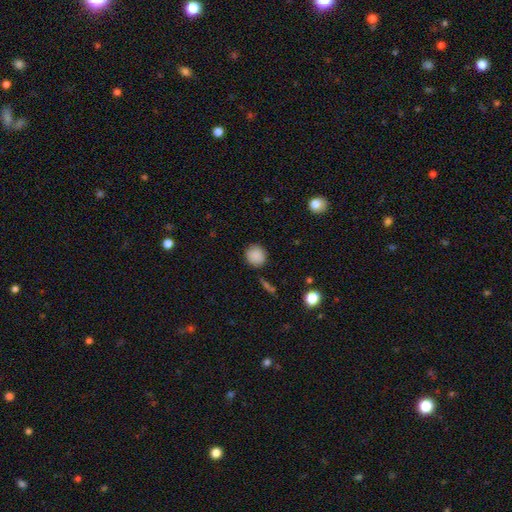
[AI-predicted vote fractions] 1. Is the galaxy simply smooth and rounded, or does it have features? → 87% smooth, 9% star or artifact, 4% featured or disk.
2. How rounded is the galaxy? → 90% round, 9% in between, 1% cigar-shaped.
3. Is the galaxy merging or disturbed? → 86% none, 10% minor disturbance, 3% major disturbance, 2% merger.